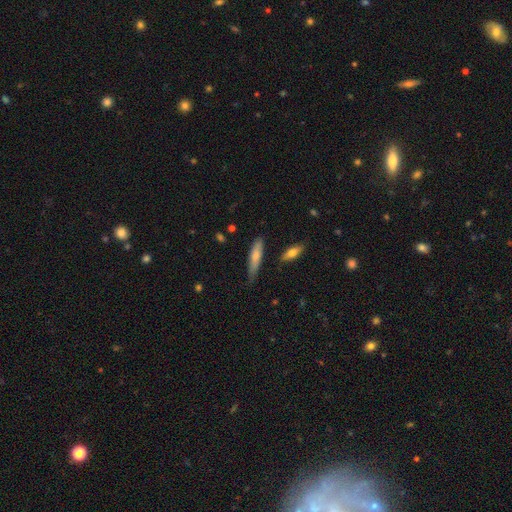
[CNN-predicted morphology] This is likely a smooth galaxy (71%). How rounded: likely cigar-shaped (76%). Merging: likely none (66%).